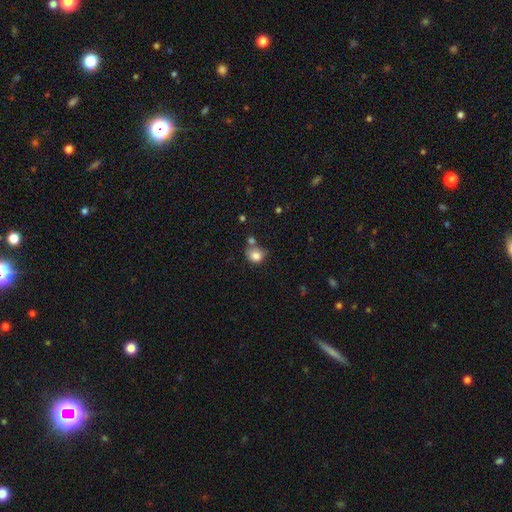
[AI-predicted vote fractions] smooth-or-featured: smooth: 82% | star or artifact: 10% | featured or disk: 8%
  how-rounded: round: 60% | in between: 39% | cigar-shaped: 1%
  merging: none: 50% | minor disturbance: 22% | merger: 21% | major disturbance: 8%